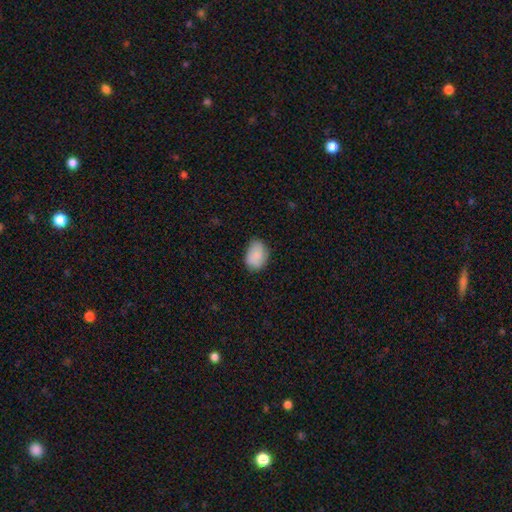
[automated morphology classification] A smooth galaxy with no disk features (84%) that is in between round and cigar-shaped (76%).

Vote fractions:
- Smooth or featured? smooth: 84% / featured or disk: 9% / star or artifact: 7%
- How rounded? in between: 76% / round: 23% / cigar-shaped: 1%
- Merging? none: 72% / minor disturbance: 23% / major disturbance: 4% / merger: 1%